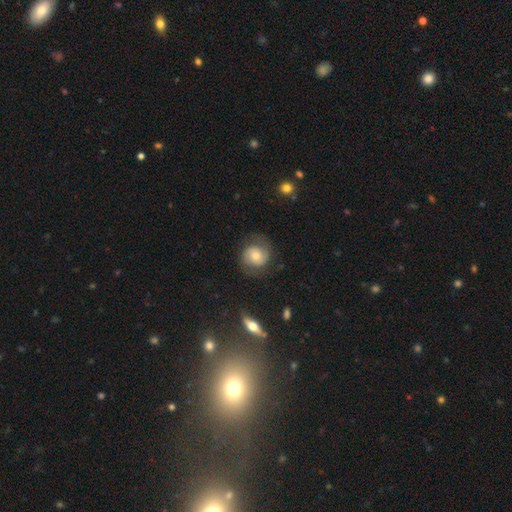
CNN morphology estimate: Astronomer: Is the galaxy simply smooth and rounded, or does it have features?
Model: featured or disk — 56% (runner-up: smooth, 35%).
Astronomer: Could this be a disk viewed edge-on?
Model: no — 97%.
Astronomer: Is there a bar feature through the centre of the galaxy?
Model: no — 66%.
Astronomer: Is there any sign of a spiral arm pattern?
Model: yes — 86%.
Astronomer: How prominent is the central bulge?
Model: moderate — 53% (runner-up: small, 37%).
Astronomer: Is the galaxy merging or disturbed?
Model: none — 72%.